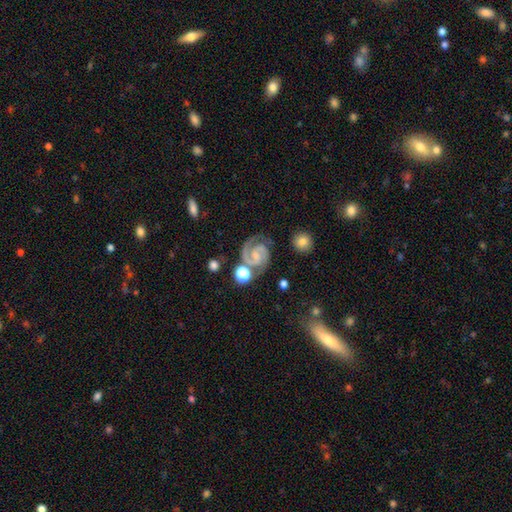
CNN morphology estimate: The model was most divided on "spiral winding": tight: 48%, medium: 46%, loose: 6%. Remaining: spiral arms — yes (98%); edge-on disk — no (98%); spiral arm count — 2 (90%); smooth or featured — featured or disk (89%); merging — none (69%); bulge size — small (48%); bar — no (44%).